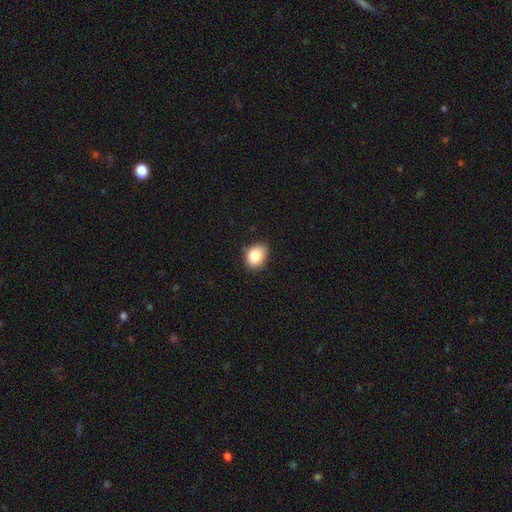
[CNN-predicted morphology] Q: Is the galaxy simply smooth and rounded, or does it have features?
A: smooth — 85%.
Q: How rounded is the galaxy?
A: in between — 59%.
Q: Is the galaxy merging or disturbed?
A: none — 81%.